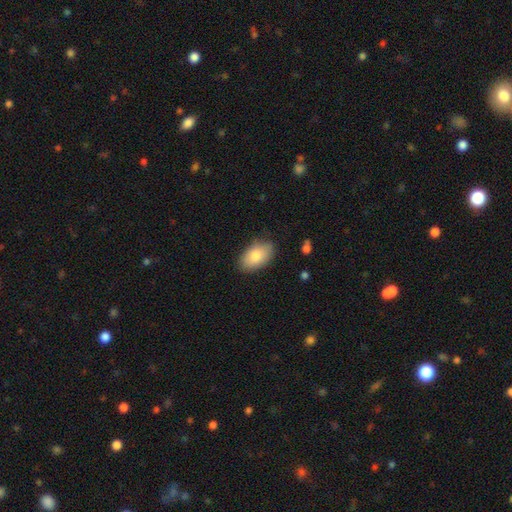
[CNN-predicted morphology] A smooth galaxy with no disk features (83%) that is in between round and cigar-shaped (93%). Merging: none (82%).